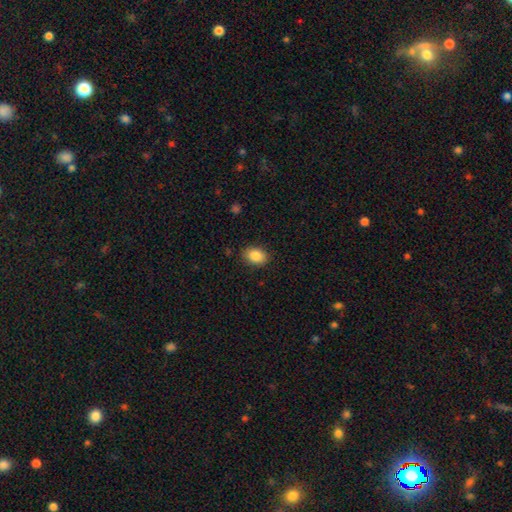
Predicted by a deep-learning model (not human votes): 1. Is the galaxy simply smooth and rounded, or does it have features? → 87% smooth, 8% star or artifact, 5% featured or disk.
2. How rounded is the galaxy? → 76% in between, 23% round, 1% cigar-shaped.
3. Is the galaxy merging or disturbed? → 86% none, 10% minor disturbance, 3% major disturbance, 1% merger.